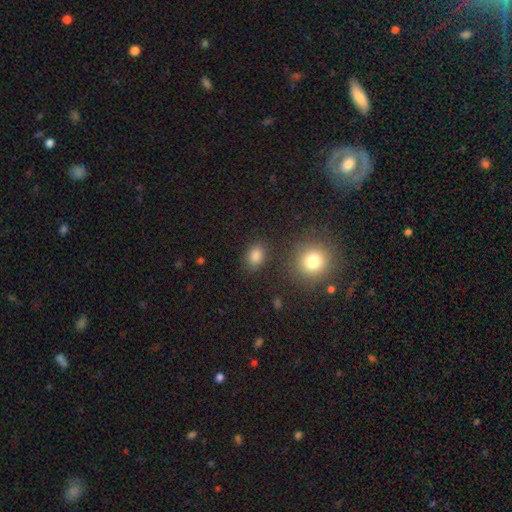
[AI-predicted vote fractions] Smooth or featured: smooth — 83% (star or artifact — 12%)
How rounded: in between — 65% (round — 34%)
Merging: none — 83% (minor disturbance — 10%)